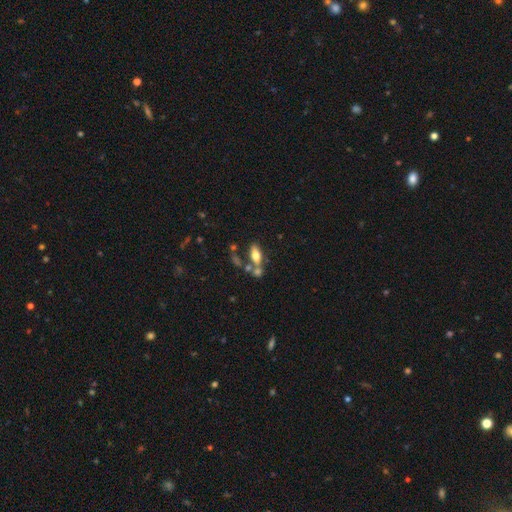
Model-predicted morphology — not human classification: This appears to be a smooth galaxy with no disk features (62%) that is in between round and cigar-shaped (76%). Merging: none (50%).